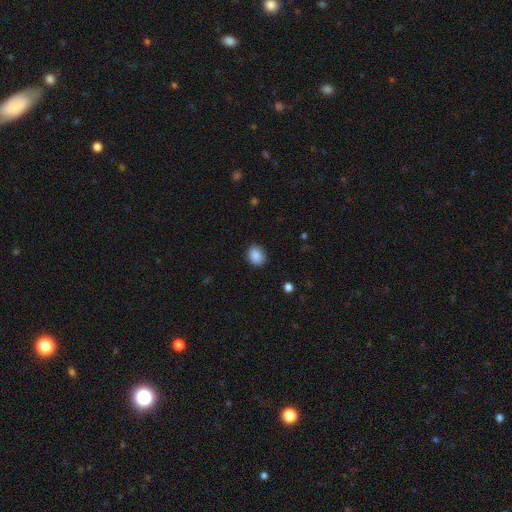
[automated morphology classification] smooth_or_featured: smooth (p=0.89) [alt: star or artifact p=0.08]
how_rounded: round (p=0.56) [alt: in between p=0.43]
merging: none (p=0.88) [alt: minor disturbance p=0.09]